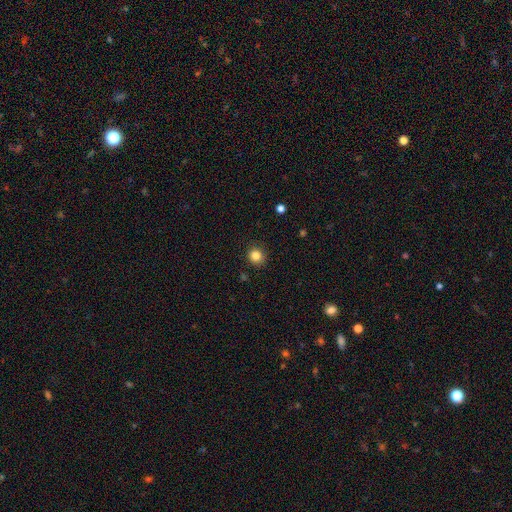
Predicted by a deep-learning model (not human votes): The model was most divided on "smooth or featured": smooth: 84%, star or artifact: 11%, featured or disk: 4%. More confident: merging — none (90%); how rounded — round (88%).